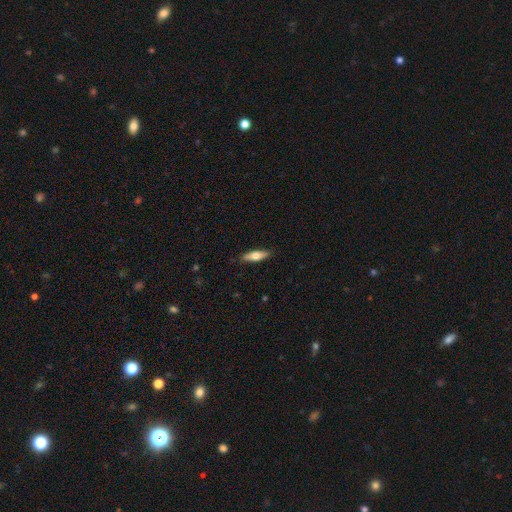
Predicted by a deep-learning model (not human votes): Overall: smooth (60%; featured or disk 34%). How rounded: cigar-shaped (55%; in between 42%). Merging: none (85%).